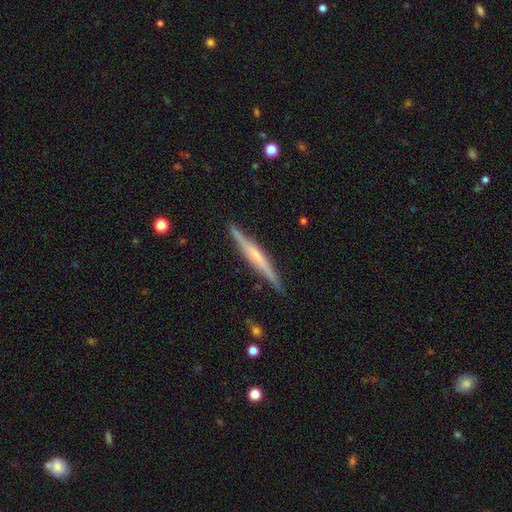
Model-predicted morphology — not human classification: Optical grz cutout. It shows a featured or disk galaxy (63%) viewed edge-on (97%) with no central bulge (41%, tied with rounded). Merging: none (87%).